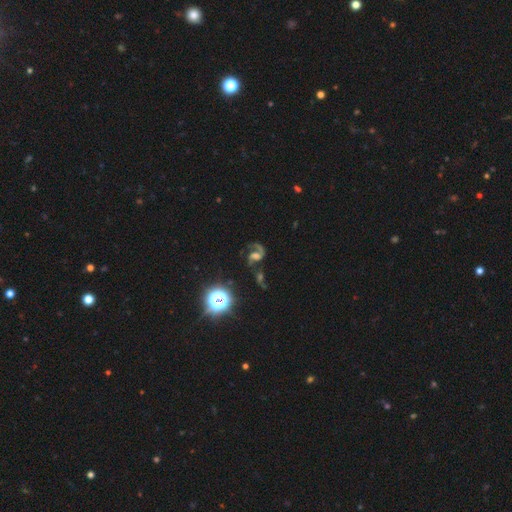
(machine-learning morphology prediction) Smooth or featured? featured or disk (77%)
Edge-on disk? no (98%)
Bar? weak (42%)
Spiral arms? yes (94%)
Spiral winding? loose (53%)
Spiral arm count? 2 (80%)
Bulge size? moderate (35%)
Merging? none (51%)